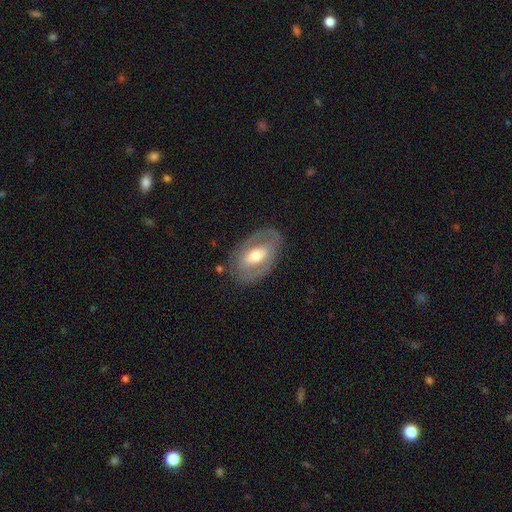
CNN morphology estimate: Overall: featured or disk (61%; smooth 33%). Edge-on disk: no (91%). Bar: weak (36%; strong 32%). Spiral arms: no (56%; yes 44%). Bulge size: moderate (66%). Merging: none (77%).